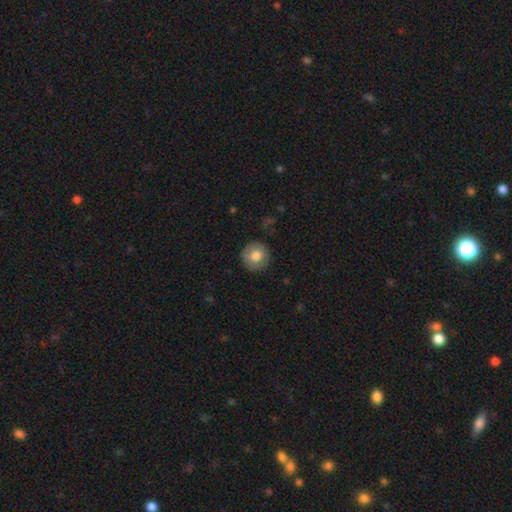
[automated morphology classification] type=smooth (79%); roundness=round (94%); merging=none (88%).